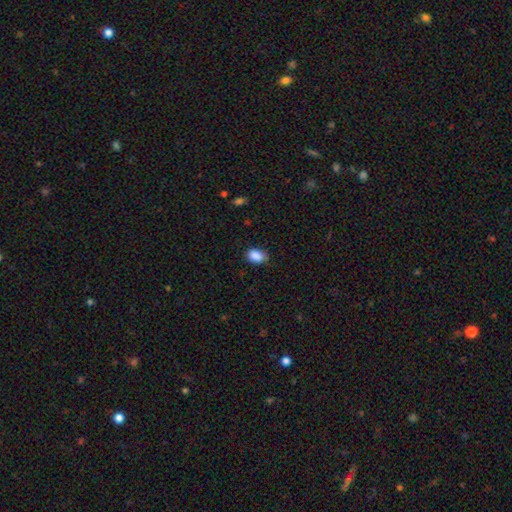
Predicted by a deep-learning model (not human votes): Smooth or featured: smooth — 88% (star or artifact — 8%)
How rounded: in between — 81% (round — 17%)
Merging: none — 73% (minor disturbance — 22%)